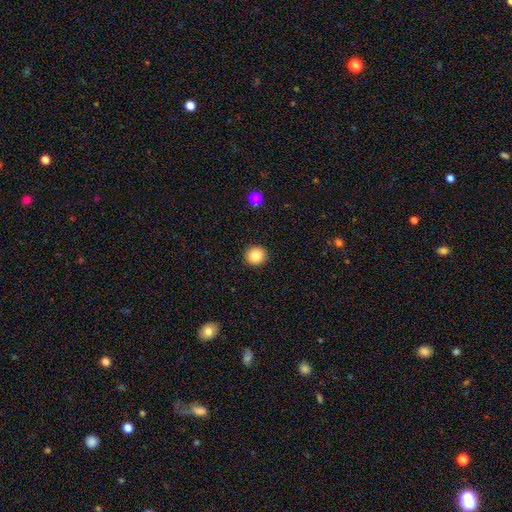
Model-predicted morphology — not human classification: Q: Smooth or featured?
A: smooth (84%); runner-up: star or artifact (10%)
Q: How rounded?
A: round (92%); runner-up: in between (7%)
Q: Merging?
A: none (92%); runner-up: minor disturbance (5%)